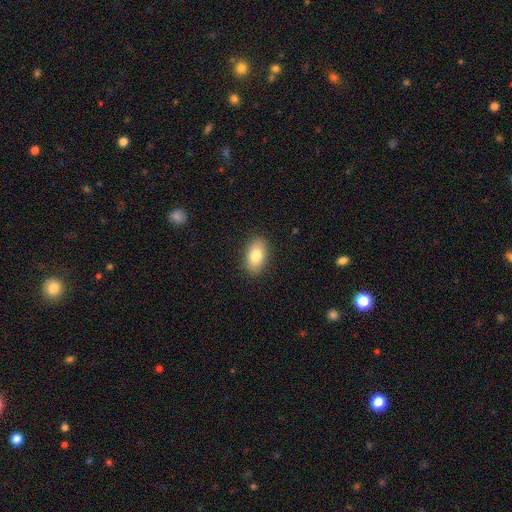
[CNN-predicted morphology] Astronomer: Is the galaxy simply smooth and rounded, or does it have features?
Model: smooth — 82%.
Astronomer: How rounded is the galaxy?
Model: in between — 91%.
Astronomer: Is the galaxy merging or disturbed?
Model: none — 89%.